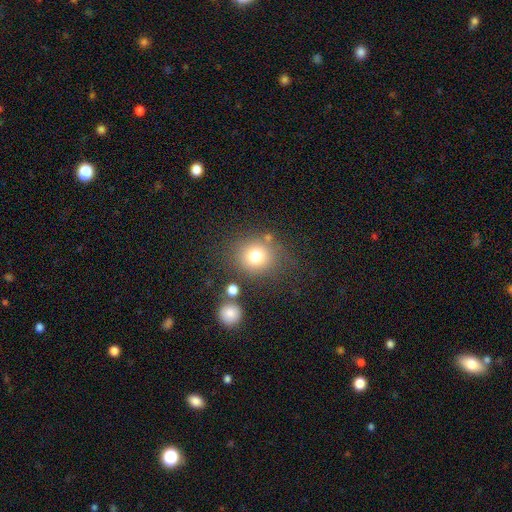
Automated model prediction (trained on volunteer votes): Morphology: type=smooth (71%); roundness=round (79%); merging=none (77%).